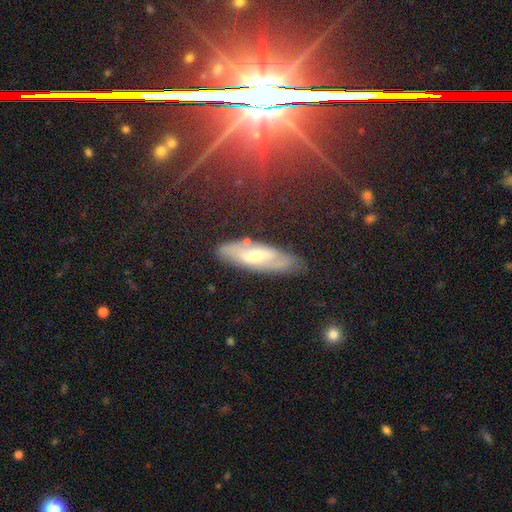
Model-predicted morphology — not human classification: smooth_or_featured: featured or disk (p=0.61) [alt: smooth p=0.31]
disk_edge_on: no (p=0.70) [alt: yes p=0.30]
merging: none (p=0.78) [alt: minor disturbance p=0.15]